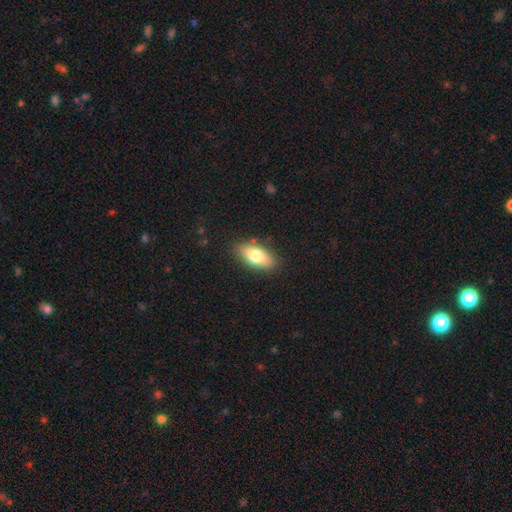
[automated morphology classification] A smooth galaxy with no disk features (76%) that is in between round and cigar-shaped (86%). Merging: none (86%).